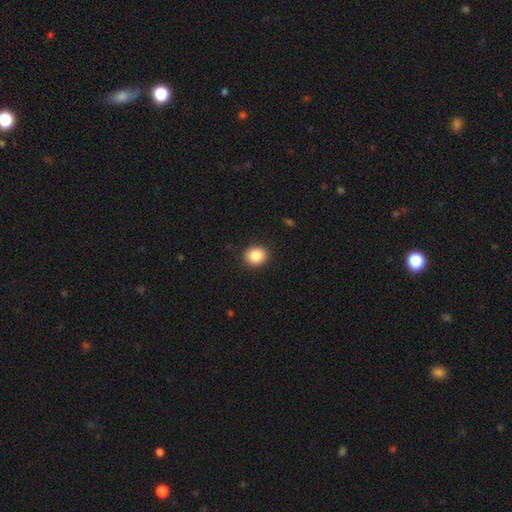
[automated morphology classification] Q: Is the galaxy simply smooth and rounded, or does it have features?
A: smooth — 87%.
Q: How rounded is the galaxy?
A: round — 77%.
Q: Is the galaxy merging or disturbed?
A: none — 91%.